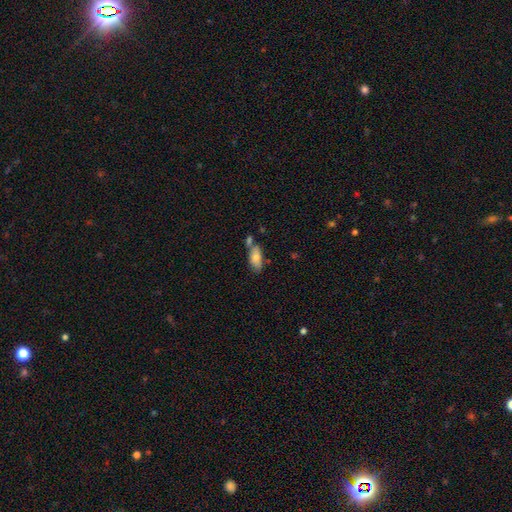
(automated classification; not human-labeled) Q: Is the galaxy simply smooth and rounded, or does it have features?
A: smooth — 78%.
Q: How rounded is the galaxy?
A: in between — 82%.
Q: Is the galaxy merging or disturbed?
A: none — 50%.